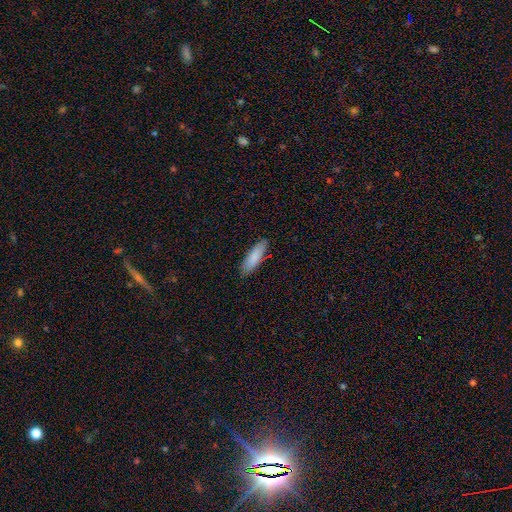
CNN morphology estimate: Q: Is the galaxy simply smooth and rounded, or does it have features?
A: smooth — 86%.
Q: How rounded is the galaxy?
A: cigar-shaped — 50%.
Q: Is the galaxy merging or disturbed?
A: none — 87%.